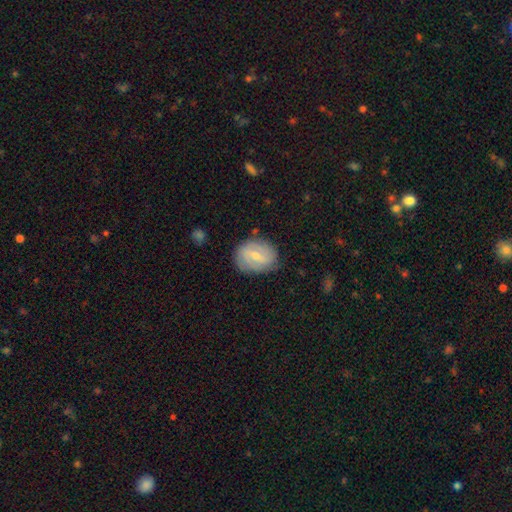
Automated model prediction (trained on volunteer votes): smooth_or_featured: featured or disk (p=0.57) [alt: smooth p=0.36]
disk_edge_on: no (p=0.96) [alt: yes p=0.04]
bar: weak (p=0.56) [alt: no p=0.23]
has_spiral_arms: yes (p=0.77) [alt: no p=0.23]
bulge_size: small (p=0.55) [alt: moderate p=0.41]
merging: none (p=0.76) [alt: minor disturbance p=0.17]